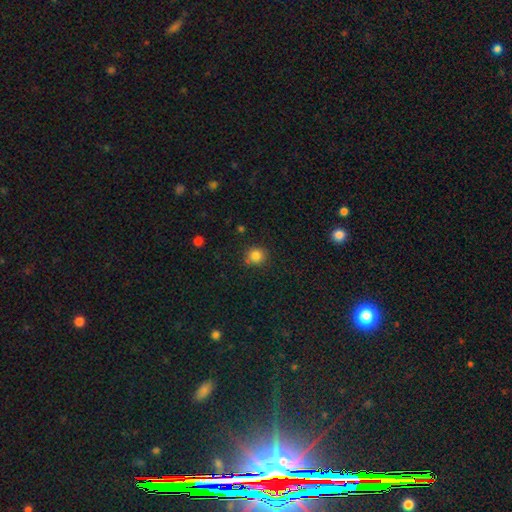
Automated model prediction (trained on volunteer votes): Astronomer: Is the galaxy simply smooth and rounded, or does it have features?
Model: smooth — 84%.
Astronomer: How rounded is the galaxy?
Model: round — 86%.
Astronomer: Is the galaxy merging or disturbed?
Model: none — 83%.